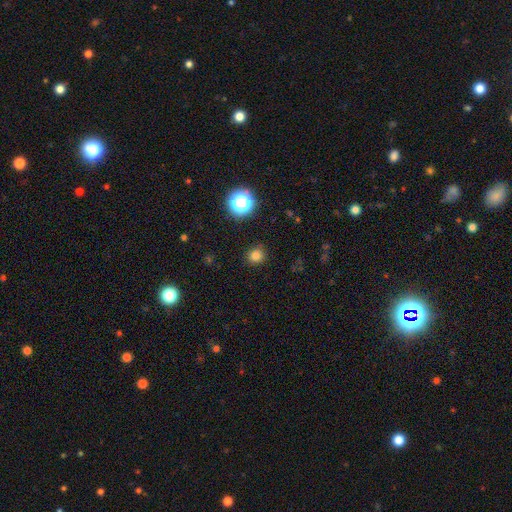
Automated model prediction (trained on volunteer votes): Overall: smooth (79%). How rounded: round (89%). Merging: none (89%).